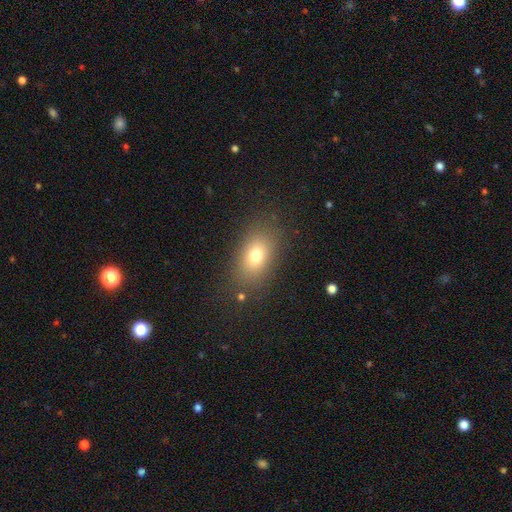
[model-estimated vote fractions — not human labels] A smooth galaxy with no disk features (74%) that is in between round and cigar-shaped (80%). Merging: none (82%).